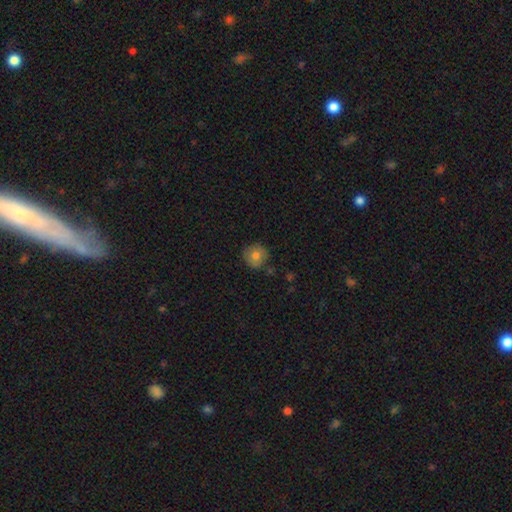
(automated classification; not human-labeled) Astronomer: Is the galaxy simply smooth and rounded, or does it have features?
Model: smooth — 76%.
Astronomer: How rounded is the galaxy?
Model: round — 93%.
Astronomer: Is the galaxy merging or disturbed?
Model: none — 84%.